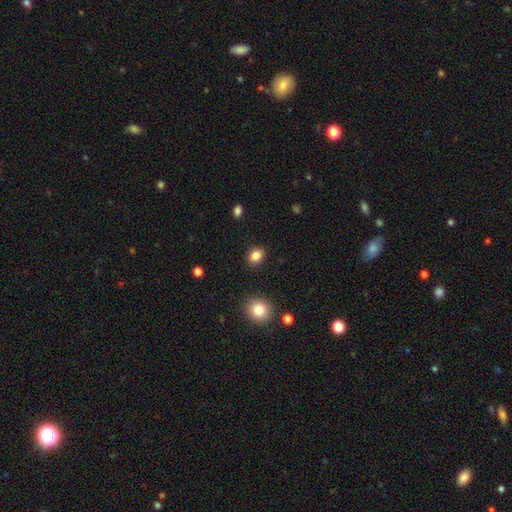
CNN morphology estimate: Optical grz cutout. It shows a smooth galaxy with no disk features (84%) that is in between round and cigar-shaped (53%). Merging: none (88%).